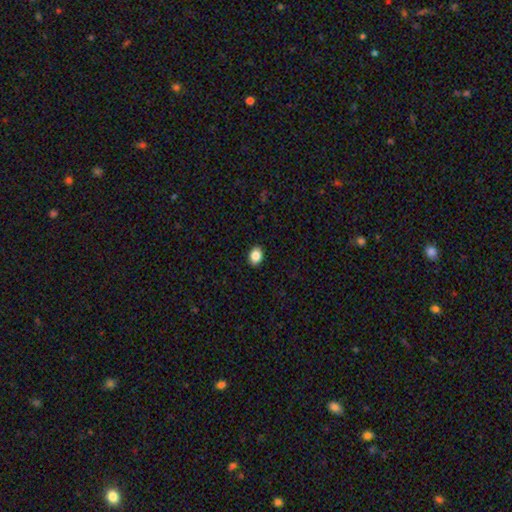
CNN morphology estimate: smooth 86%, star or artifact 9%, featured or disk 5%. Down the decision tree: how rounded — in between (63%); merging — none (91%).